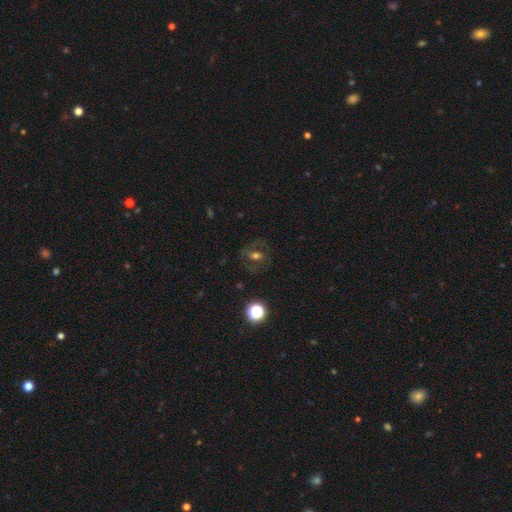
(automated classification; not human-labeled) The model was most divided on "smooth or featured": featured or disk: 44%, smooth: 38%, star or artifact: 18%. More confident: merging — none (75%).